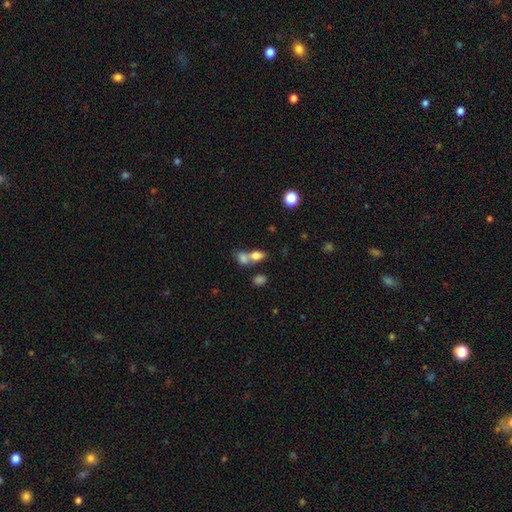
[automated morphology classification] A smooth galaxy with no disk features (76%) that is in between round and cigar-shaped (78%). Merging: merger (55%).